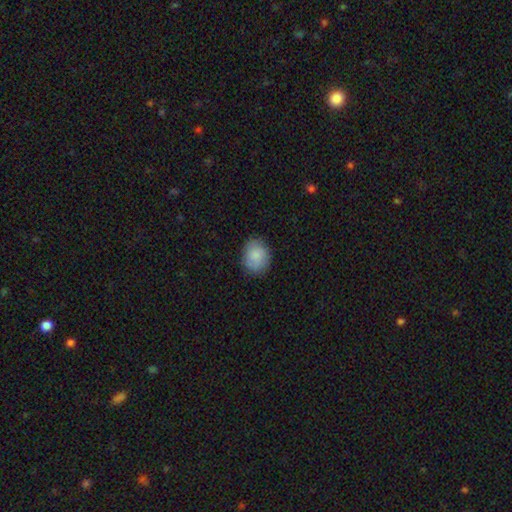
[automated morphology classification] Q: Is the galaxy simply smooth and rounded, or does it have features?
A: smooth — 84%.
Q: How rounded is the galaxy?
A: round — 51%.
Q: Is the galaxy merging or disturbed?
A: none — 81%.